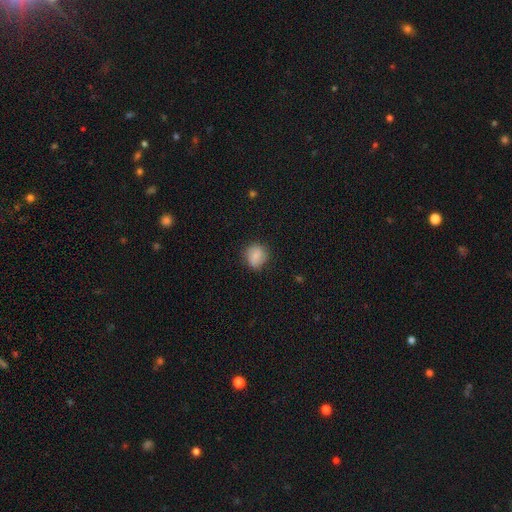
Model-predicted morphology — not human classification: smooth-or-featured: smooth: 78% | featured or disk: 14% | star or artifact: 8%
  how-rounded: round: 78% | in between: 21% | cigar-shaped: 1%
  merging: none: 78% | minor disturbance: 16% | major disturbance: 4% | merger: 1%